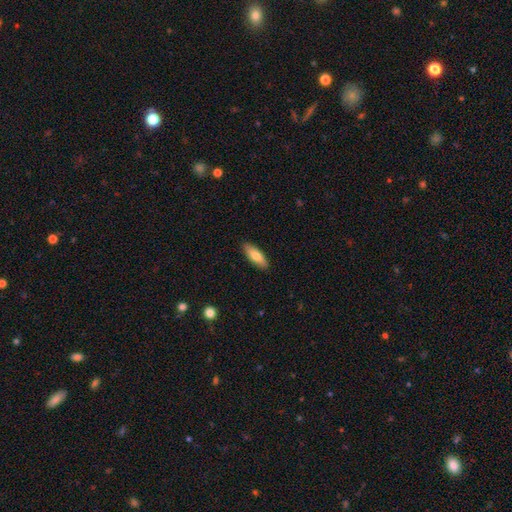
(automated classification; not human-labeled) A smooth galaxy with no disk features (75%) that is in between round and cigar-shaped (62%). Merging: none (89%).